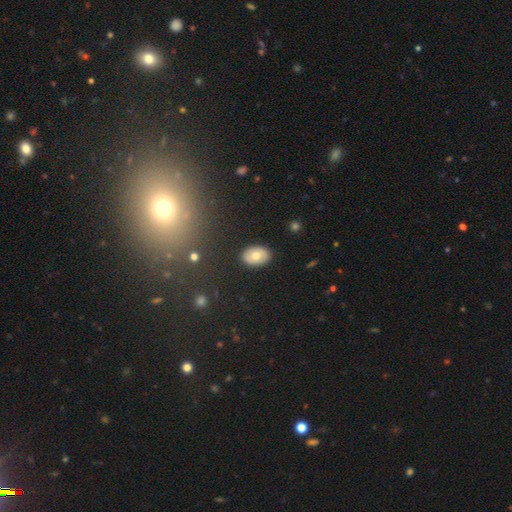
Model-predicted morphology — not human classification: smooth 71%, featured or disk 21%, star or artifact 9%. Down the decision tree: how rounded — in between (85%); merging — none (88%).